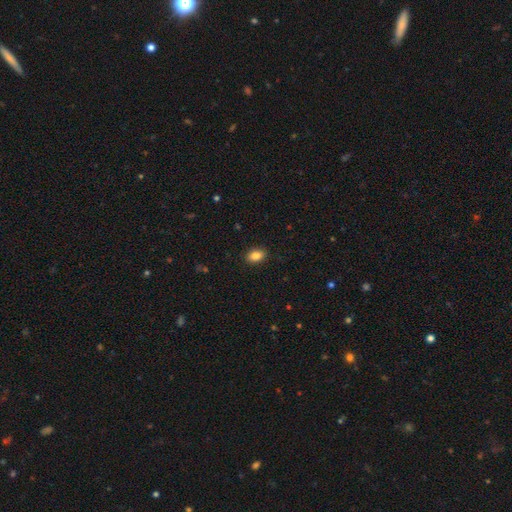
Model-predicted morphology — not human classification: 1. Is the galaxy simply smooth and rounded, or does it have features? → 85% smooth, 9% star or artifact, 6% featured or disk.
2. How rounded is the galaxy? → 83% in between, 15% round, 2% cigar-shaped.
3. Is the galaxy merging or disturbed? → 89% none, 8% minor disturbance, 2% major disturbance, 1% merger.